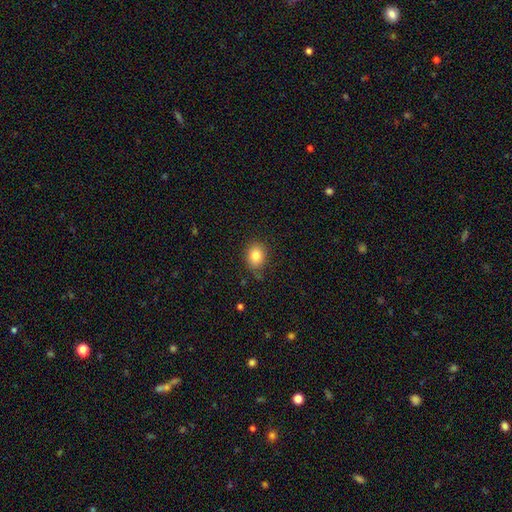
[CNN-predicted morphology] type=smooth (83%); roundness=round (54%); merging=none (79%).